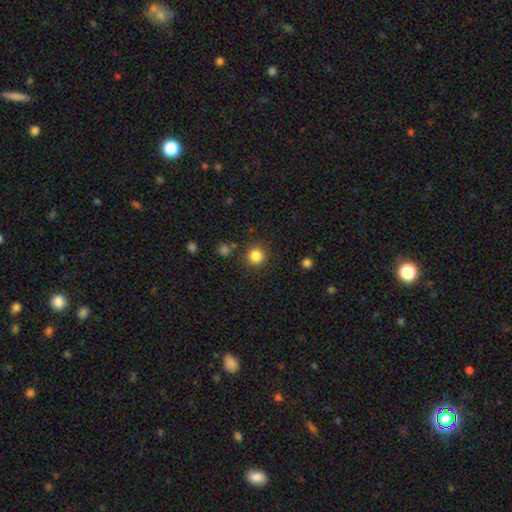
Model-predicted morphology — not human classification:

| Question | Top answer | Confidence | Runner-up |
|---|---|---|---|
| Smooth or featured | smooth | 84% | star or artifact (11%) |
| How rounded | round | 95% | in between (4%) |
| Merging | none | 87% | minor disturbance (7%) |